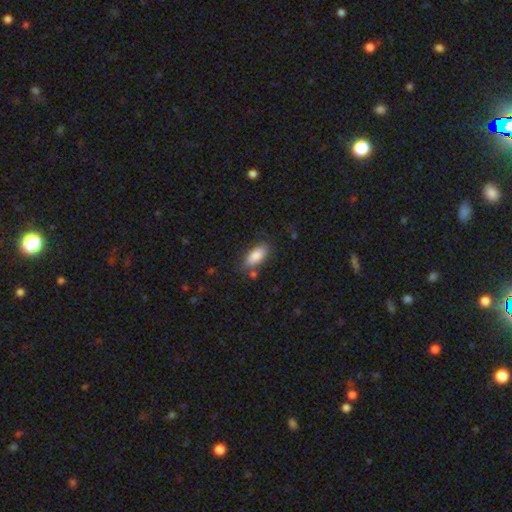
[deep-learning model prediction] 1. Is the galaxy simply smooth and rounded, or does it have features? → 86% smooth, 7% featured or disk, 7% star or artifact.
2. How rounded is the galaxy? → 83% in between, 14% cigar-shaped, 2% round.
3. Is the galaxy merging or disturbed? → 78% none, 14% minor disturbance, 5% merger, 4% major disturbance.